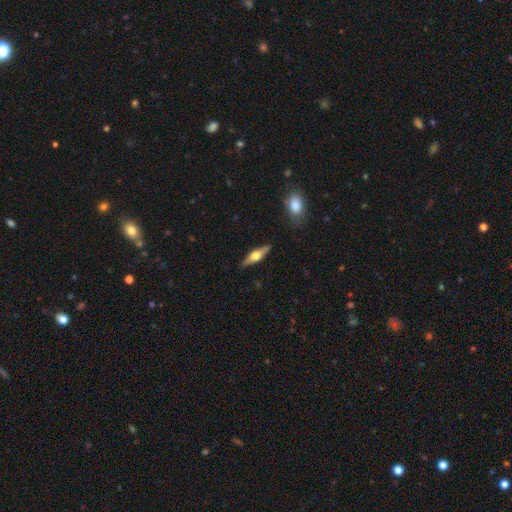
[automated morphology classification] Q: Smooth or featured?
A: featured or disk (60%); runner-up: smooth (34%)
Q: Edge-on disk?
A: yes (95%); runner-up: no (5%)
Q: Edge-on bulge?
A: rounded (94%); runner-up: boxy (4%)
Q: Merging?
A: none (87%); runner-up: minor disturbance (9%)